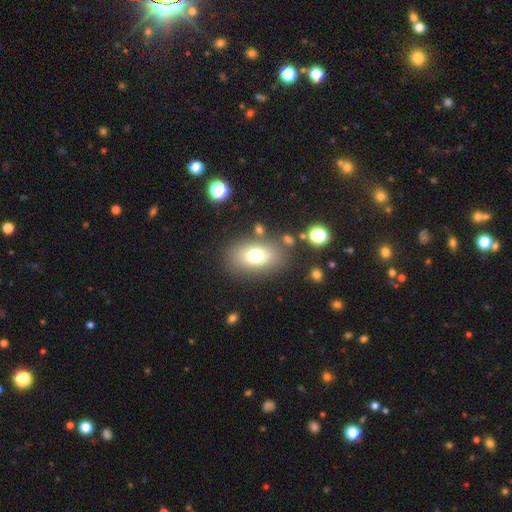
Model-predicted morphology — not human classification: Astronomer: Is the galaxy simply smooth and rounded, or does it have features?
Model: smooth — 73%.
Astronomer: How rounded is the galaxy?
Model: in between — 81%.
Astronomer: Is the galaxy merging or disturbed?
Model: none — 78%.